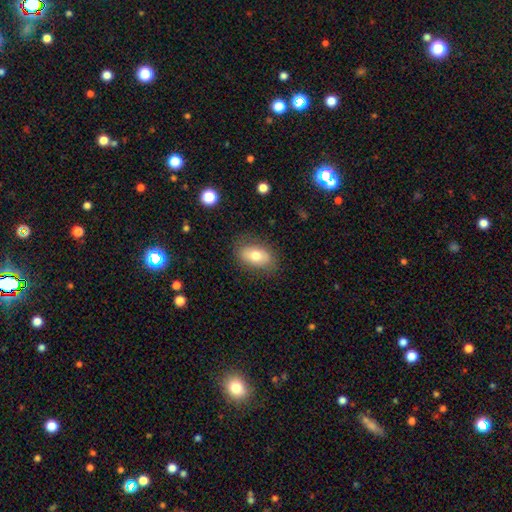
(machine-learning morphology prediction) This appears to be a smooth galaxy with no disk features (70%) that is in between round and cigar-shaped (88%). Merging: none (78%).